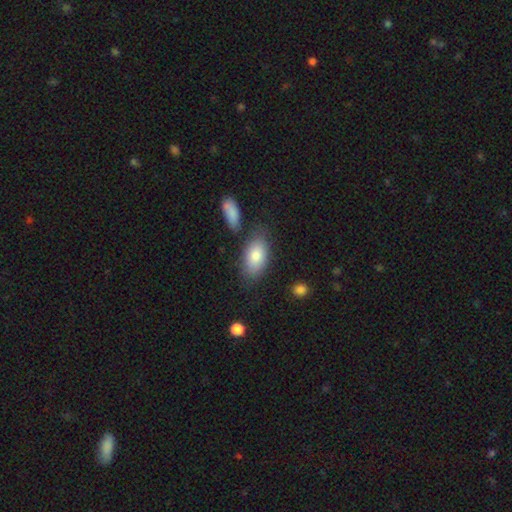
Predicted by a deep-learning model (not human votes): smooth 79%, featured or disk 14%, star or artifact 6%. Down the decision tree: how rounded — in between (92%); merging — none (70%).